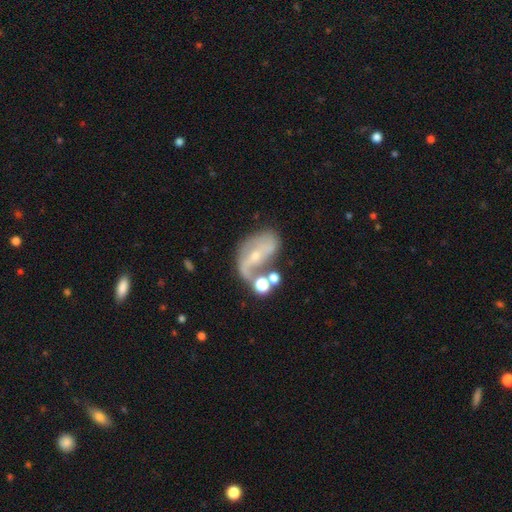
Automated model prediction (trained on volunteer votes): Overall: featured or disk (72%). Edge-on disk: no (96%). Bar: no (41%; weak 34%). Spiral arms: yes (81%). Spiral arm count: 2 (72%). Spiral winding: loose (53%; medium 32%). Bulge size: small (69%). Merging: none (39%; merger 25%).